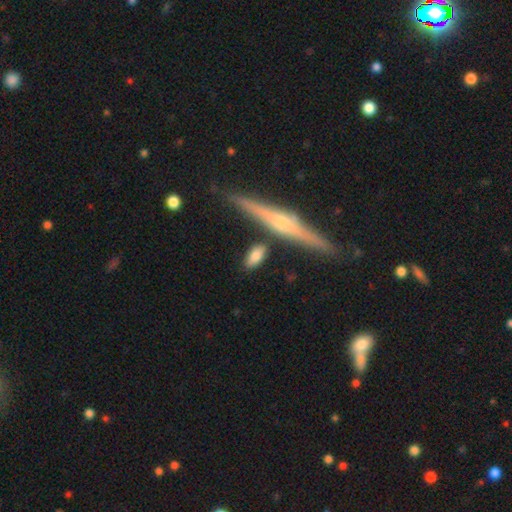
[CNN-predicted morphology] smooth-or-featured: smooth: 76% | featured or disk: 18% | star or artifact: 6%
  how-rounded: in between: 79% | cigar-shaped: 17% | round: 4%
  merging: none: 78% | minor disturbance: 13% | merger: 6% | major disturbance: 4%